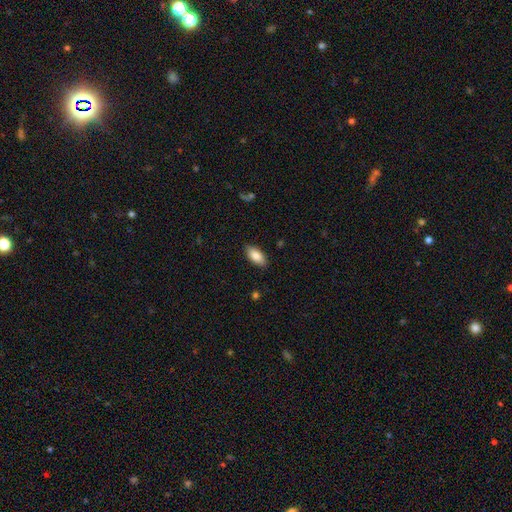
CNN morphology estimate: Overall: smooth (84%). How rounded: in between (90%). Merging: none (86%).